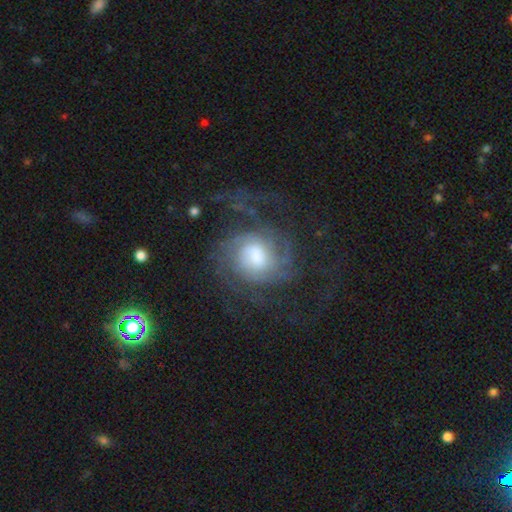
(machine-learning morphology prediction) This is clearly a featured or disk galaxy (81%). It is clearly not viewed edge-on (97%). Bar: possibly no (51%). Spiral arm pattern: clearly yes (94%). Spiral arm count: marginally can't tell (32%). Spiral winding: marginally tight (45%). Central bulge: marginally moderate (41%). Merging: likely none (61%).